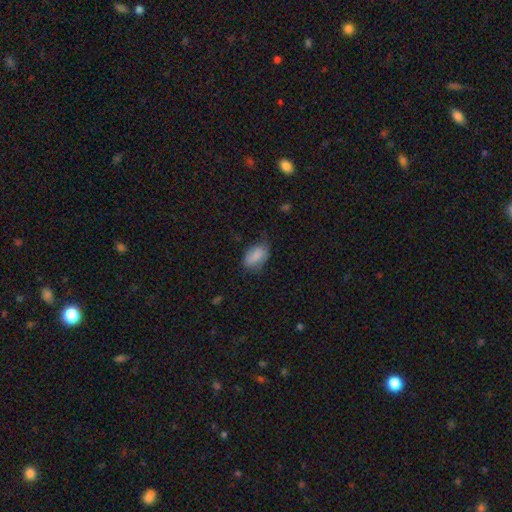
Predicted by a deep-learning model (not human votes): Smooth or featured: smooth — 83% (featured or disk — 10%)
How rounded: in between — 90% (round — 7%)
Merging: none — 60% (minor disturbance — 30%)